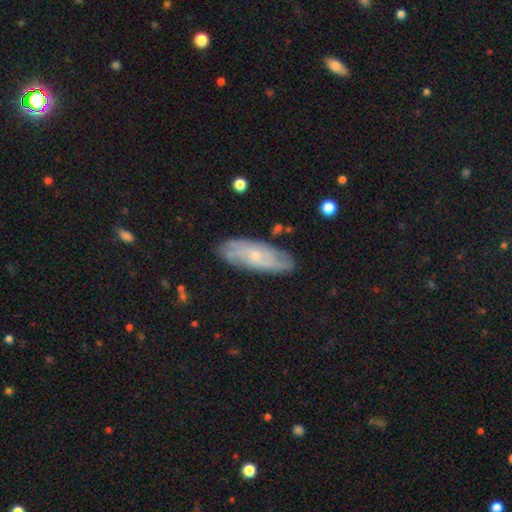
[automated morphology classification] This appears to be a featured or disk galaxy (60%). Merging: none (80%).